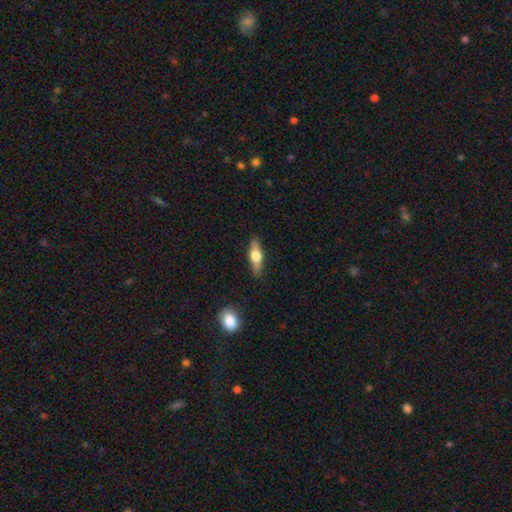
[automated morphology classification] Smooth or featured? smooth (48%)
Merging? none (87%)